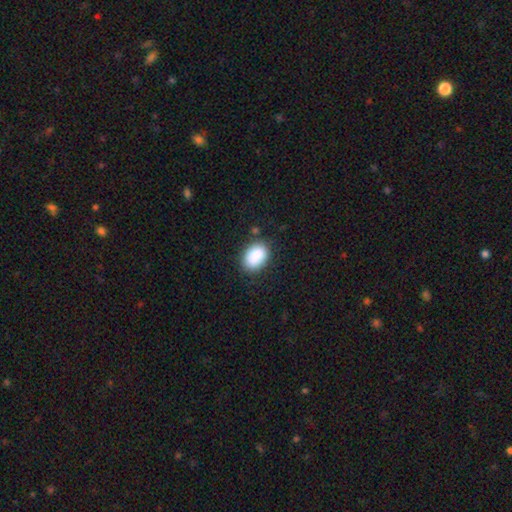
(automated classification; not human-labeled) Smooth or featured? Predicted: smooth (p=0.86). How rounded? Predicted: in between (p=0.79). Merging? Predicted: none (p=0.78).